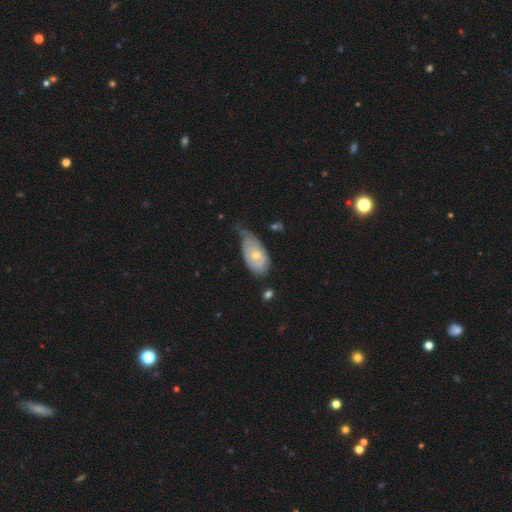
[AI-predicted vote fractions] Morphology: type=featured or disk (51%); edge-on=no (91%); merging=minor disturbance (44%).